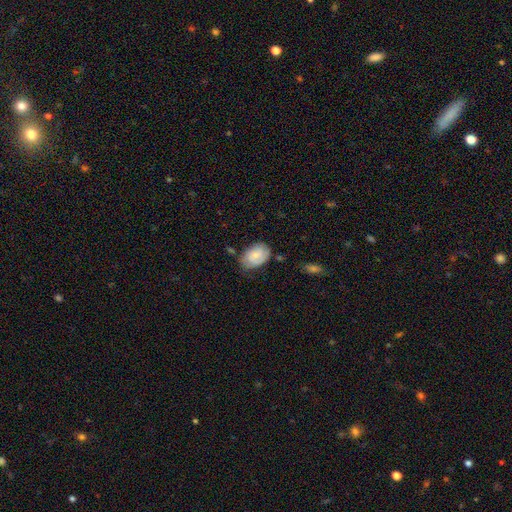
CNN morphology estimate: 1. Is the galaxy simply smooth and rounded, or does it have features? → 65% smooth, 28% featured or disk, 7% star or artifact.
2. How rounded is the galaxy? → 84% in between, 14% round, 1% cigar-shaped.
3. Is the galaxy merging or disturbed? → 61% none, 28% minor disturbance, 7% major disturbance, 4% merger.